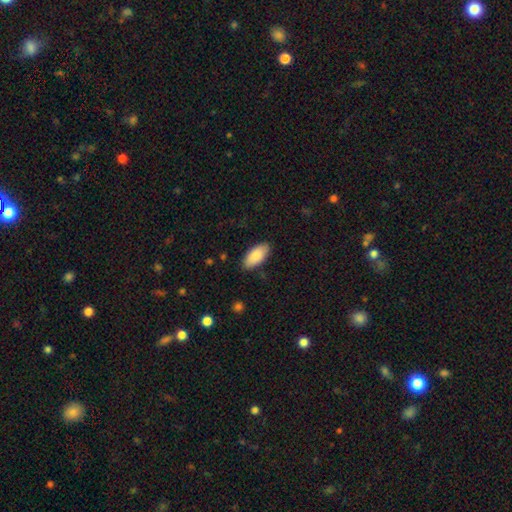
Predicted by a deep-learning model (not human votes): Smooth or featured? smooth (86%)
How rounded? in between (91%)
Merging? none (85%)